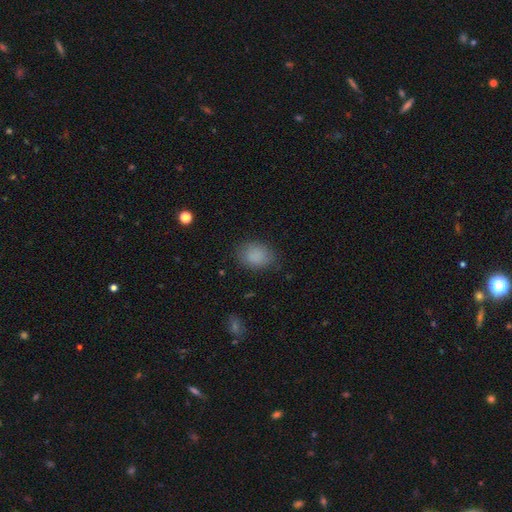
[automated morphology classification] Smooth or featured?
  - smooth: 86% *
  - star or artifact: 9%
  - featured or disk: 5%
How rounded?
  - in between: 67% *
  - round: 32%
  - cigar-shaped: 1%
Merging?
  - none: 80% *
  - minor disturbance: 15%
  - major disturbance: 4%
  - merger: 1%